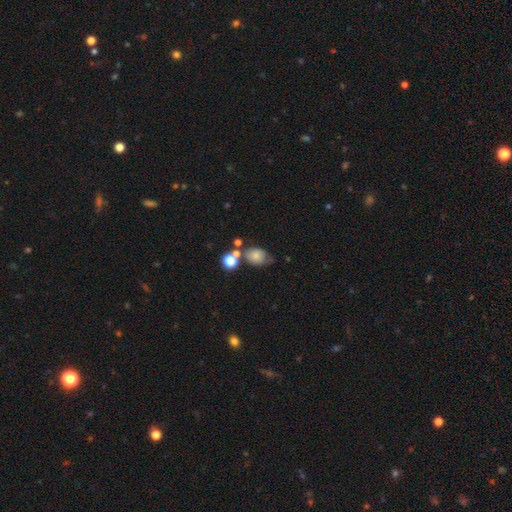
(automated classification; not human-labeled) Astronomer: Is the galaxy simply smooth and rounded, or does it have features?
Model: smooth — 74%.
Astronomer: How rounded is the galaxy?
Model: in between — 58% (runner-up: round, 41%).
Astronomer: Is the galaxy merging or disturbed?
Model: none — 51%.